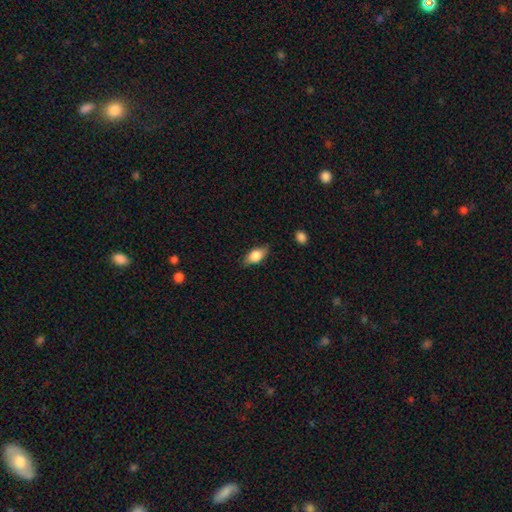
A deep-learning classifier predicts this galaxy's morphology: Smooth or featured?
  - smooth: 78% *
  - featured or disk: 15%
  - star or artifact: 7%
How rounded?
  - in between: 85% *
  - cigar-shaped: 9%
  - round: 6%
Merging?
  - none: 78% *
  - minor disturbance: 17%
  - major disturbance: 4%
  - merger: 1%